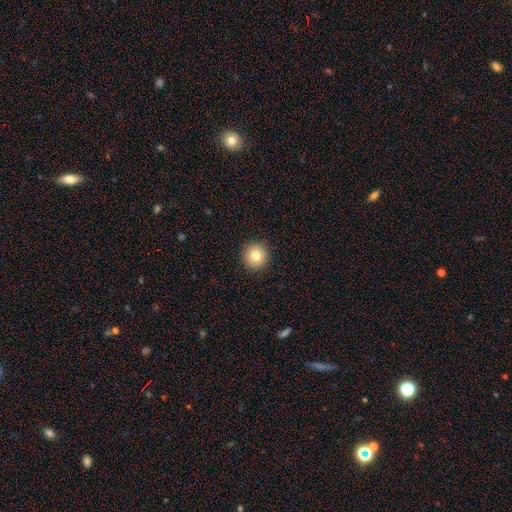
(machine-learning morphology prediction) smooth 80%, star or artifact 11%, featured or disk 10%. Down the decision tree: how rounded — round (95%); merging — none (92%).